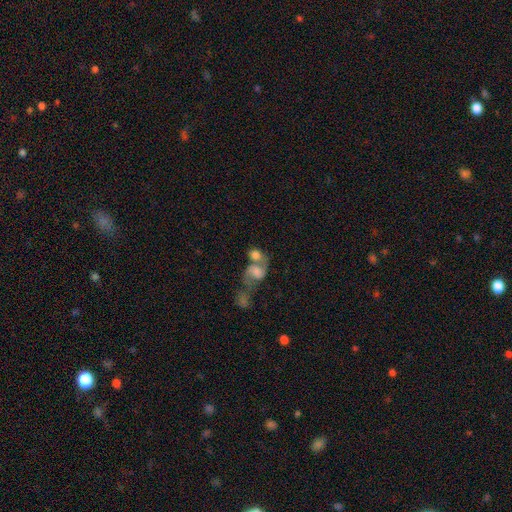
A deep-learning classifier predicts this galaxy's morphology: Q: Smooth or featured?
A: smooth (53%); runner-up: featured or disk (36%)
Q: How rounded?
A: in between (50%); runner-up: round (47%)
Q: Merging?
A: merger (66%); runner-up: none (18%)